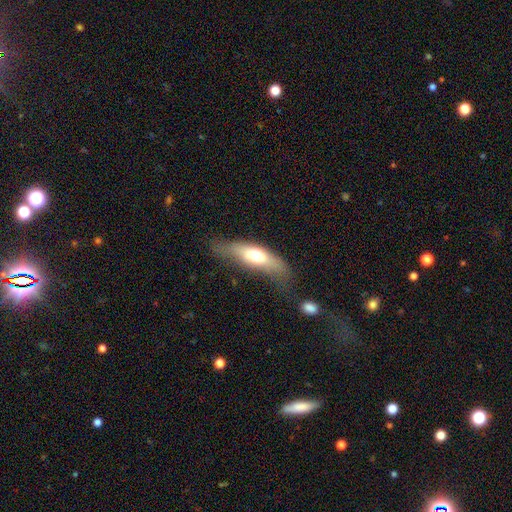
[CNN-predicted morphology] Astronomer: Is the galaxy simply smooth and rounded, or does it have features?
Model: smooth — 54% (runner-up: featured or disk, 39%).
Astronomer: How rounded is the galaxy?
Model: in between — 49% (runner-up: cigar-shaped, 48%).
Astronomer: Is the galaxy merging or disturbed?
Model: none — 54%.